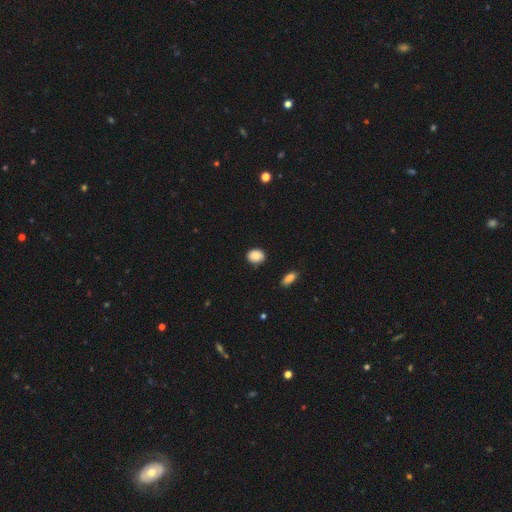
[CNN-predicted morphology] Smooth or featured: smooth — 87% (star or artifact — 8%)
How rounded: round — 60% (in between — 39%)
Merging: none — 85% (minor disturbance — 11%)